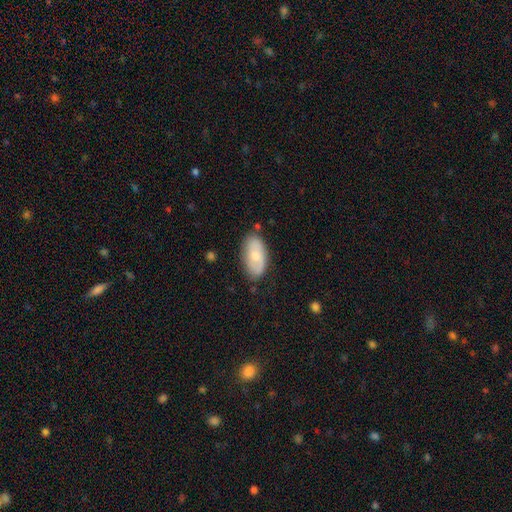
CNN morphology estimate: smooth_or_featured: smooth (p=0.66) [alt: featured or disk p=0.28]
how_rounded: in between (p=0.93) [alt: cigar-shaped p=0.05]
merging: none (p=0.75) [alt: minor disturbance p=0.19]